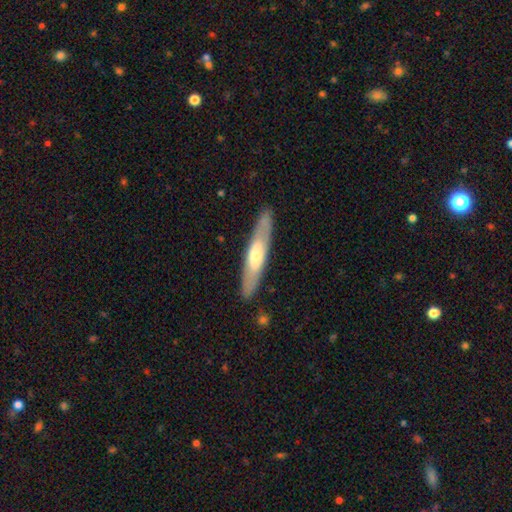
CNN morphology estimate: Overall: featured or disk (50%; smooth 45%). Merging: none (87%).